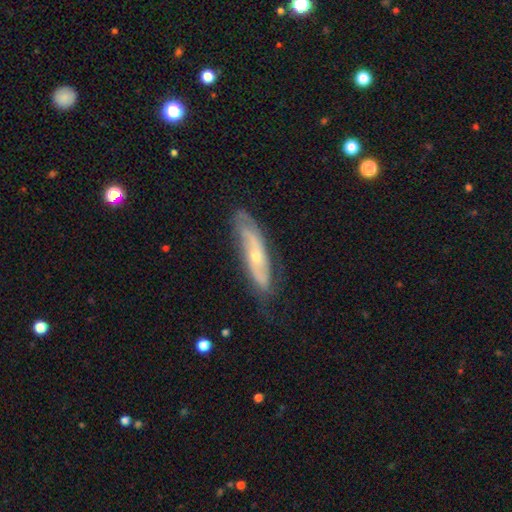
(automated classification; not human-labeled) The model was most divided on "edge-on disk": no: 68%, yes: 32%. More confident: smooth or featured — featured or disk (72%); merging — none (70%).